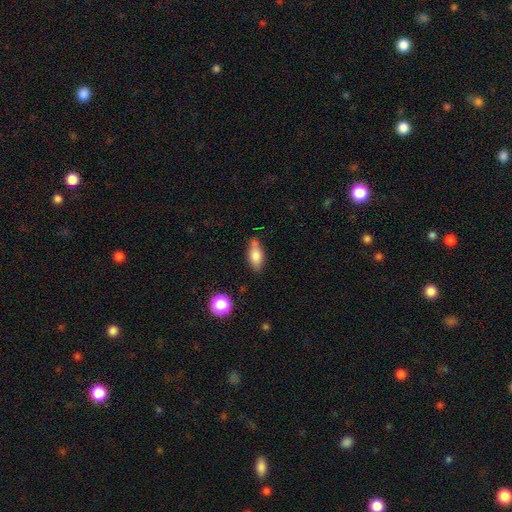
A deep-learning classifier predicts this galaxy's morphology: This is likely a smooth galaxy (76%). How rounded: clearly in between (80%). Merging: likely none (61%).